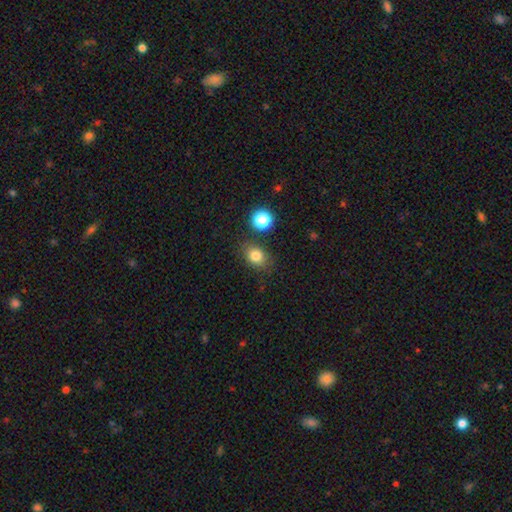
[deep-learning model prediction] Q: Smooth or featured?
A: smooth (80%); runner-up: star or artifact (13%)
Q: How rounded?
A: in between (57%); runner-up: round (42%)
Q: Merging?
A: none (77%); runner-up: minor disturbance (13%)